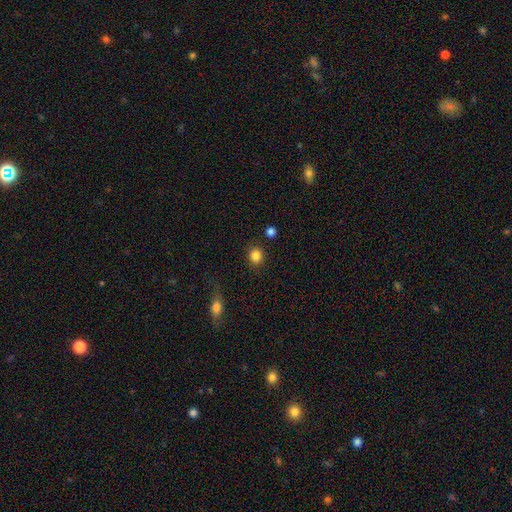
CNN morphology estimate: type=smooth (85%); roundness=round (83%); merging=none (85%).